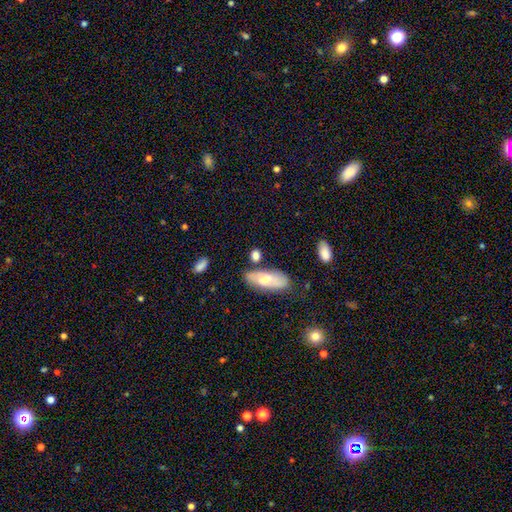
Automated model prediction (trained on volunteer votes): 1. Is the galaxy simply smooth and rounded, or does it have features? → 72% smooth, 19% featured or disk, 9% star or artifact.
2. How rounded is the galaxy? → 59% in between, 23% round, 17% cigar-shaped.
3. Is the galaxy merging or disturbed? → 69% none, 17% minor disturbance, 10% merger, 5% major disturbance.